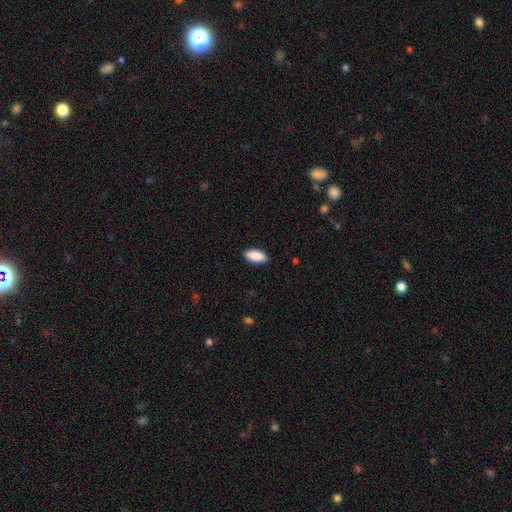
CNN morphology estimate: Smooth or featured: smooth — 88% (star or artifact — 6%)
How rounded: in between — 90% (cigar-shaped — 8%)
Merging: none — 88% (minor disturbance — 9%)